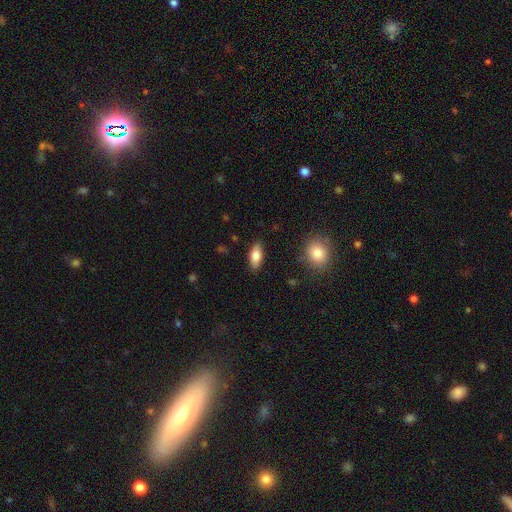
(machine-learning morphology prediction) smooth_or_featured: smooth (p=0.81) [alt: featured or disk p=0.12]
how_rounded: in between (p=0.85) [alt: cigar-shaped p=0.12]
merging: none (p=0.85) [alt: minor disturbance p=0.11]